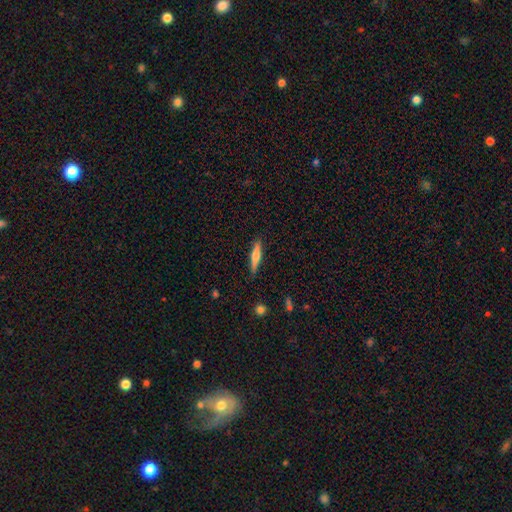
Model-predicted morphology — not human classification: Smooth or featured: smooth — 50% (featured or disk — 44%)
Merging: none — 88% (minor disturbance — 8%)